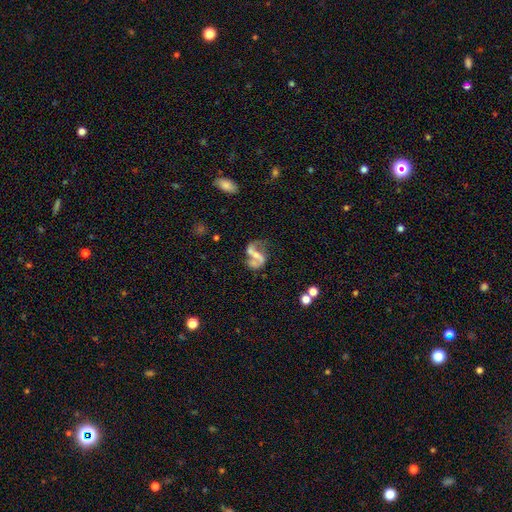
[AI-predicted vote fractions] Smooth or featured? featured or disk (71%)
Edge-on disk? no (97%)
Bar? no (46%)
Spiral arms? yes (73%)
Bulge size? small (35%)
Merging? merger (39%)